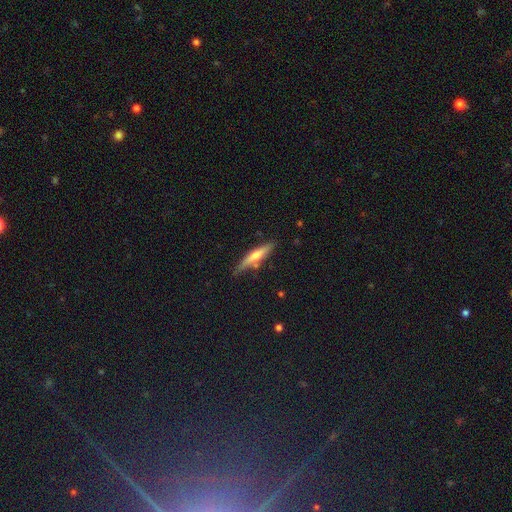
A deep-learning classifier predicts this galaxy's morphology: Overall: featured or disk (50%; smooth 43%). Merging: none (76%).